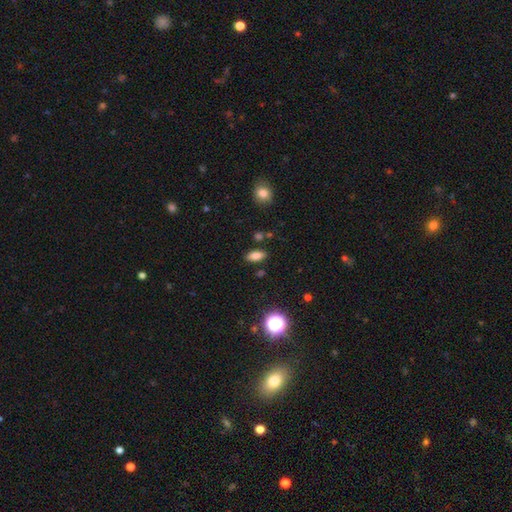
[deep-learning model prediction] smooth-or-featured: smooth: 80% | star or artifact: 12% | featured or disk: 8%
  how-rounded: in between: 85% | cigar-shaped: 10% | round: 5%
  merging: none: 85% | minor disturbance: 9% | merger: 3% | major disturbance: 3%